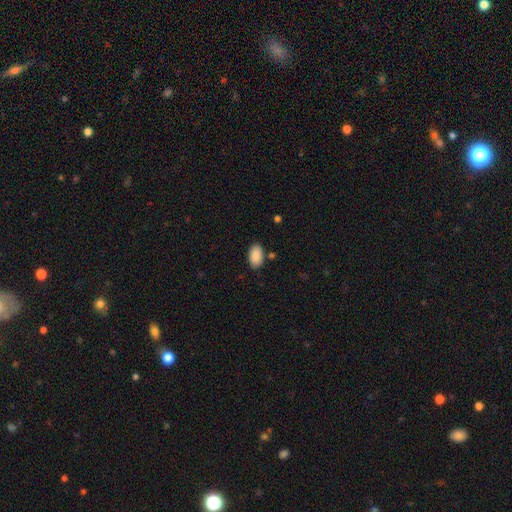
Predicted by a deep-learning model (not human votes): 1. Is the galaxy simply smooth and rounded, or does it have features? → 90% smooth, 7% star or artifact, 3% featured or disk.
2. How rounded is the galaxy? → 94% in between, 4% round, 1% cigar-shaped.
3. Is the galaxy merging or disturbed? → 84% none, 10% minor disturbance, 3% merger, 3% major disturbance.